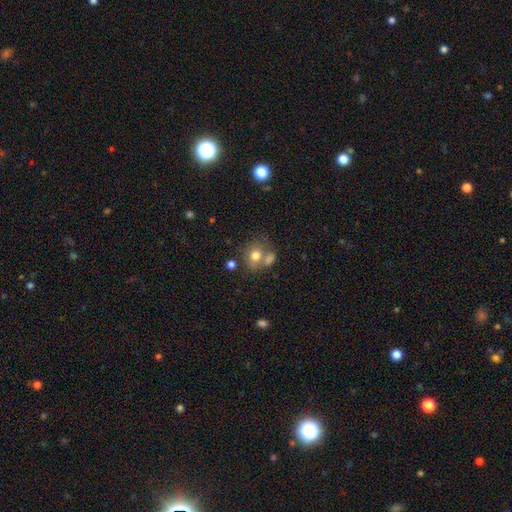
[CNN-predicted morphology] This appears to be a smooth galaxy with no disk features (74%) that is round (67%). Merging: none (48%).